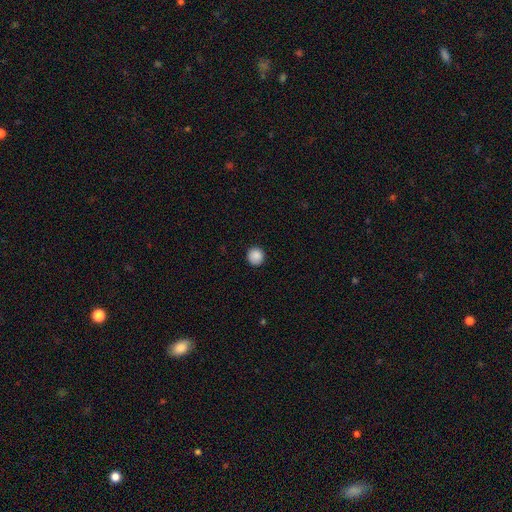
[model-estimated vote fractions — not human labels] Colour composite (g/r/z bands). It shows a smooth galaxy with no disk features (88%) that is round (94%). Merging: none (91%).